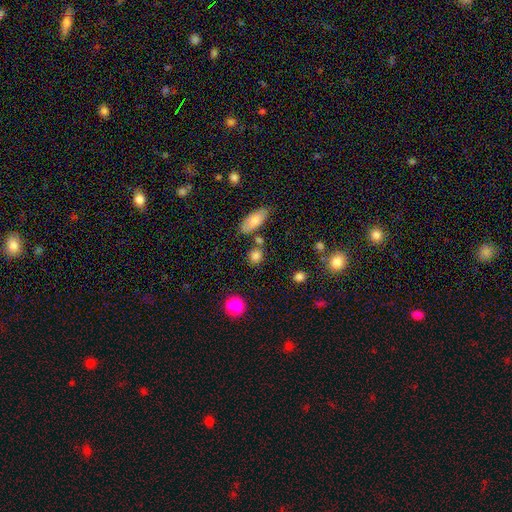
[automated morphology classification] type=smooth (82%); roundness=round (67%); merging=none (75%).